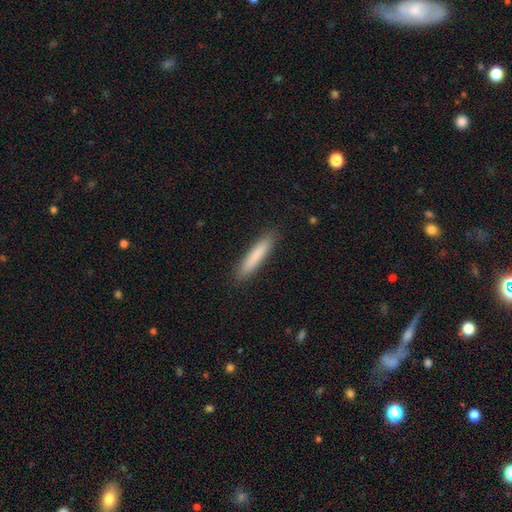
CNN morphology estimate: smooth 83%, featured or disk 11%, star or artifact 6%. Down the decision tree: how rounded — cigar-shaped (91%); merging — none (90%).